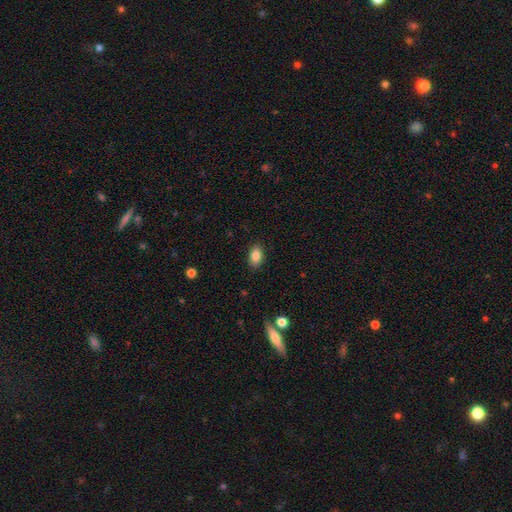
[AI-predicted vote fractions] smooth-or-featured: smooth: 85% | star or artifact: 8% | featured or disk: 6%
  how-rounded: in between: 89% | round: 8% | cigar-shaped: 3%
  merging: none: 88% | minor disturbance: 9% | major disturbance: 2% | merger: 1%